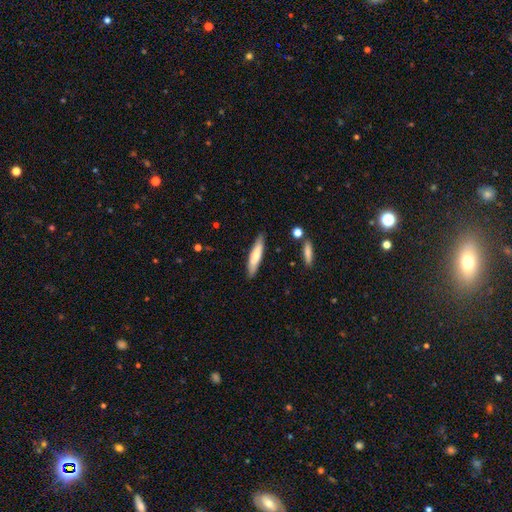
Smooth or featured?
  - smooth: 74% *
  - featured or disk: 21%
  - star or artifact: 5%
How rounded?
  - cigar-shaped: 90% *
  - in between: 10%
  - round: 0%
Merging?
  - none: 86% *
  - minor disturbance: 14%
  - major disturbance: 0%
  - merger: 0%